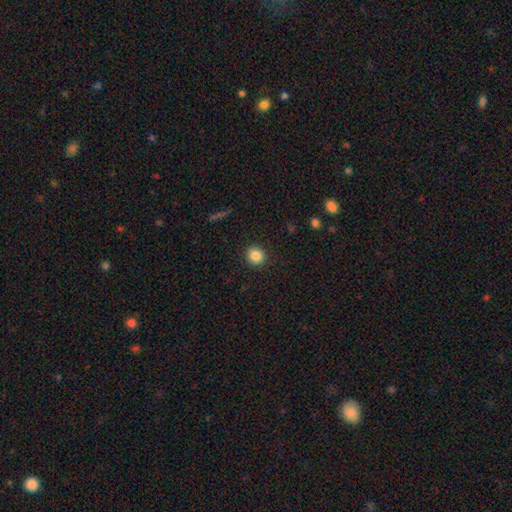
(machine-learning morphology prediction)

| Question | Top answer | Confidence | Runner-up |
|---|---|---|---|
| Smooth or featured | smooth | 85% | star or artifact (10%) |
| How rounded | round | 90% | in between (9%) |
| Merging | none | 91% | minor disturbance (6%) |